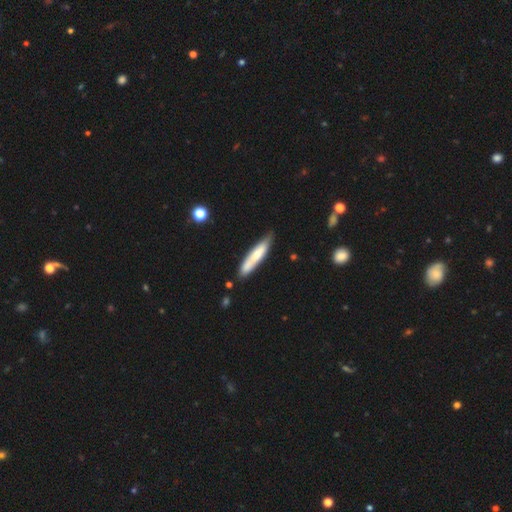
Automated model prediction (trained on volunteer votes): smooth 63%, featured or disk 32%, star or artifact 5%. Down the decision tree: how rounded — cigar-shaped (85%); merging — none (74%).